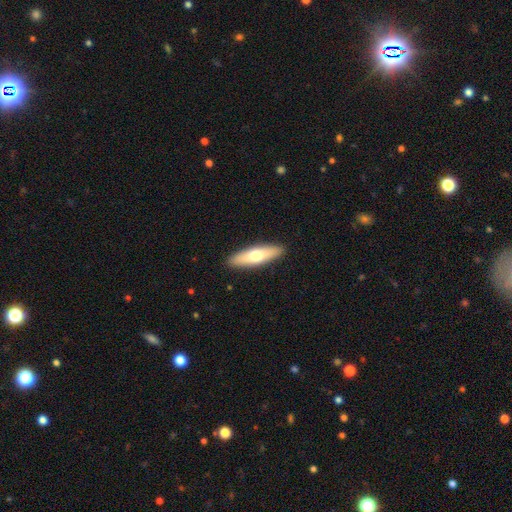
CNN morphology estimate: smooth_or_featured: smooth (p=0.63) [alt: featured or disk p=0.32]
how_rounded: cigar-shaped (p=0.62) [alt: in between p=0.36]
merging: none (p=0.91) [alt: minor disturbance p=0.07]